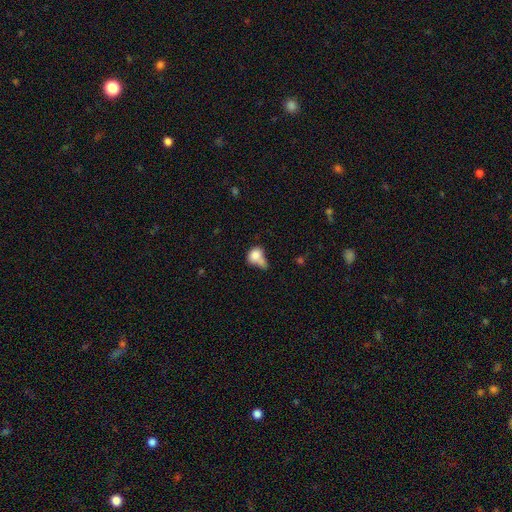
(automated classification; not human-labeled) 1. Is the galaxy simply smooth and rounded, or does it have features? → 77% smooth, 13% featured or disk, 10% star or artifact.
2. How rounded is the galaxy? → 53% in between, 45% round, 2% cigar-shaped.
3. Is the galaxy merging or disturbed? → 38% merger, 23% none, 22% minor disturbance, 17% major disturbance.